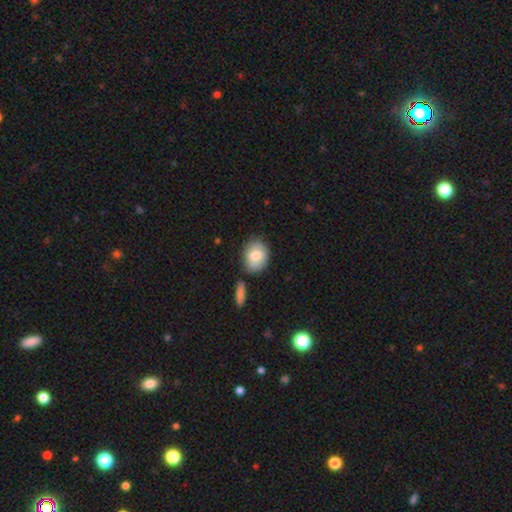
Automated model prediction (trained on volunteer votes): Overall: smooth (78%). How rounded: in between (58%; round 40%). Merging: none (71%).